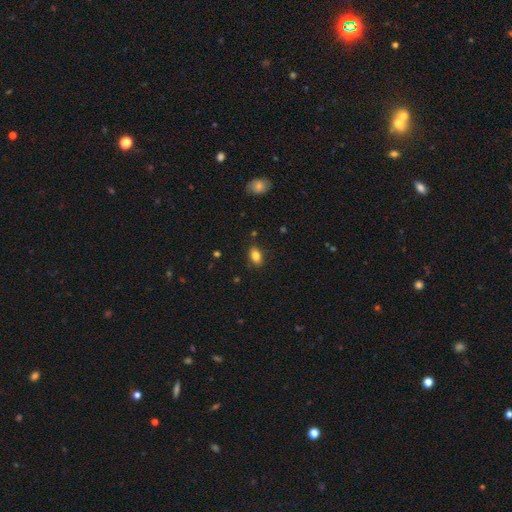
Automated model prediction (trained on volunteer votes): This appears to be a smooth galaxy with no disk features (83%) that is in between round and cigar-shaped (86%). Merging: none (84%).